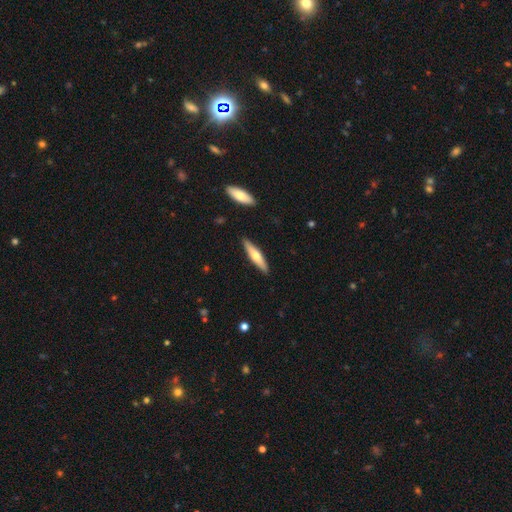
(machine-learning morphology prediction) Overall: smooth (53%; featured or disk 42%). How rounded: cigar-shaped (80%). Merging: none (90%).